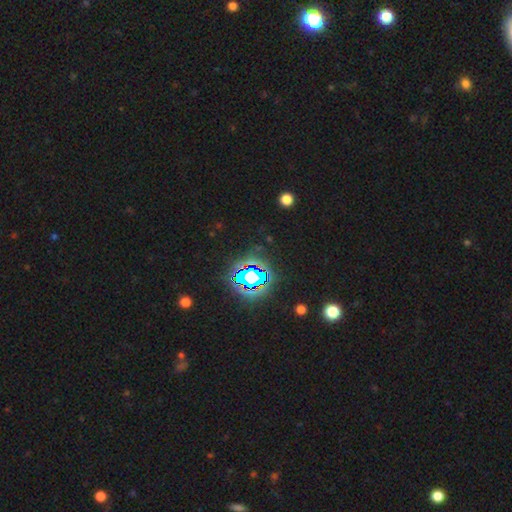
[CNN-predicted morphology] A star or artifact, not a galaxy (80%).